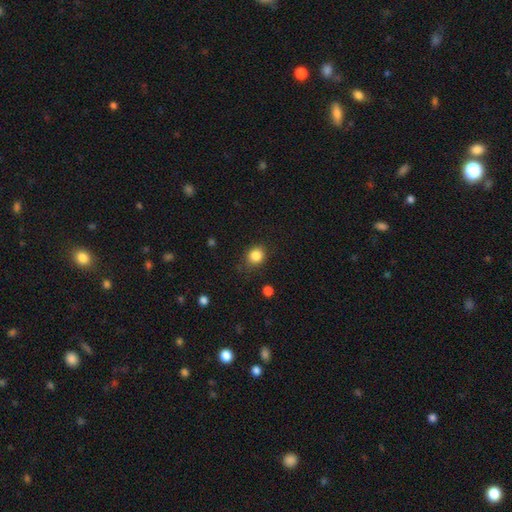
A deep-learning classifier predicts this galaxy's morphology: A smooth galaxy with no disk features (85%) that is round (72%). Merging: none (80%).